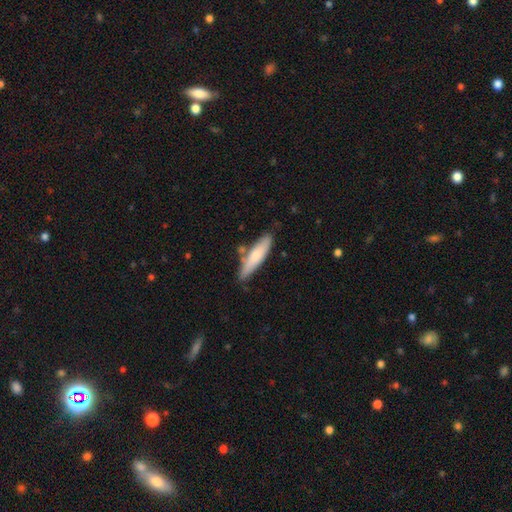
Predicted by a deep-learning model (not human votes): A smooth galaxy with no disk features (72%) that is cigar-shaped (74%).

Vote fractions:
- Smooth or featured? smooth: 72% / featured or disk: 23% / star or artifact: 5%
- How rounded? cigar-shaped: 74% / in between: 24% / round: 2%
- Merging? none: 74% / minor disturbance: 16% / merger: 7% / major disturbance: 3%